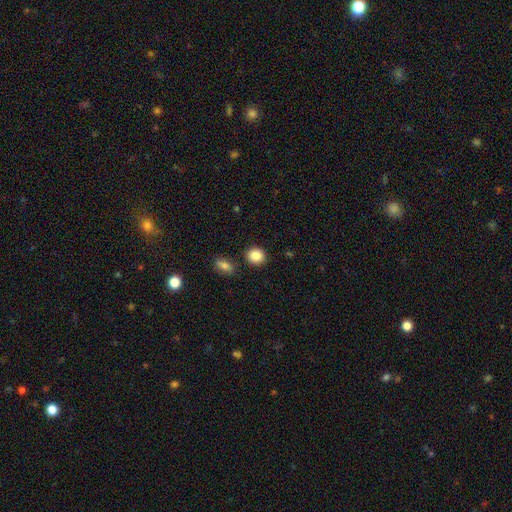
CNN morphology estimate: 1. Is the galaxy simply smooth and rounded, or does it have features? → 88% smooth, 8% star or artifact, 4% featured or disk.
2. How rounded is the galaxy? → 77% round, 21% in between, 1% cigar-shaped.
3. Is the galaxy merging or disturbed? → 86% none, 8% minor disturbance, 4% merger, 2% major disturbance.